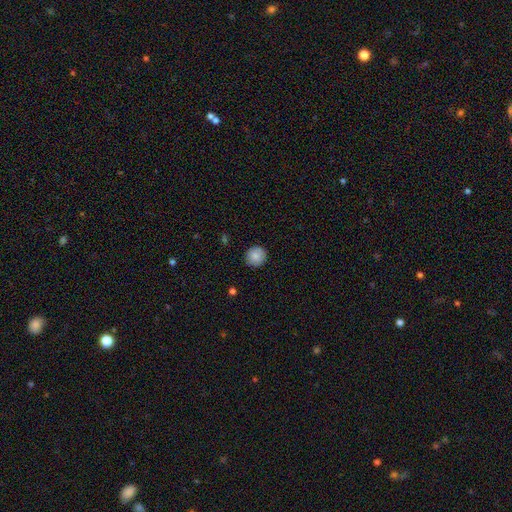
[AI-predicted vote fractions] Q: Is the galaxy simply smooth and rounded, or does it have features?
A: smooth — 86%.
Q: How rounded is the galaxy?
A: round — 92%.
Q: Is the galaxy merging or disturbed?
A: none — 90%.